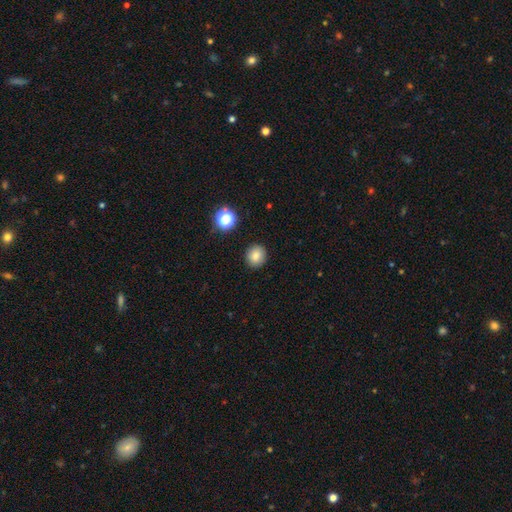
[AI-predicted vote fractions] Smooth or featured? Predicted: smooth (p=0.82). How rounded? Predicted: round (p=0.86). Merging? Predicted: none (p=0.90).